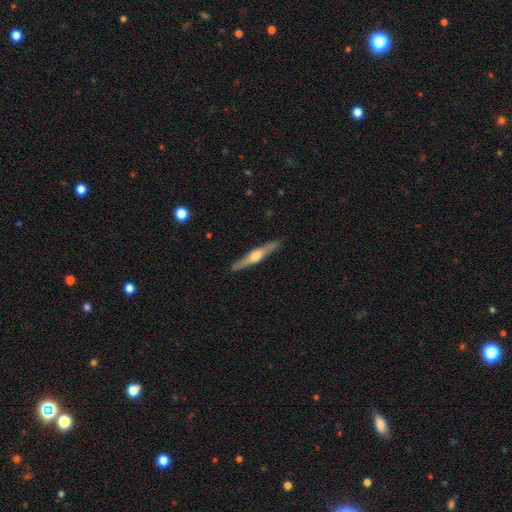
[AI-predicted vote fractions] Q: Smooth or featured?
A: featured or disk (72%); runner-up: smooth (23%)
Q: Edge-on disk?
A: yes (97%); runner-up: no (3%)
Q: Edge-on bulge?
A: rounded (88%); runner-up: boxy (8%)
Q: Merging?
A: none (90%); runner-up: minor disturbance (7%)